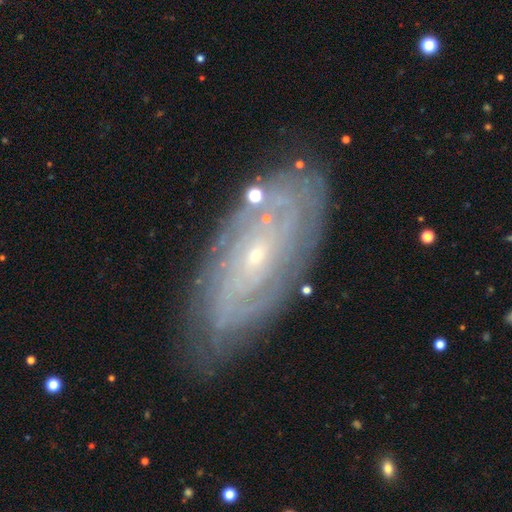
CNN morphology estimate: Overall: featured or disk (84%). Edge-on disk: no (92%). Bar: no (69%). Spiral arms: yes (93%). Spiral arm count: can't tell (43%; 2 17%). Spiral winding: tight (74%). Bulge size: small (84%). Merging: none (80%).